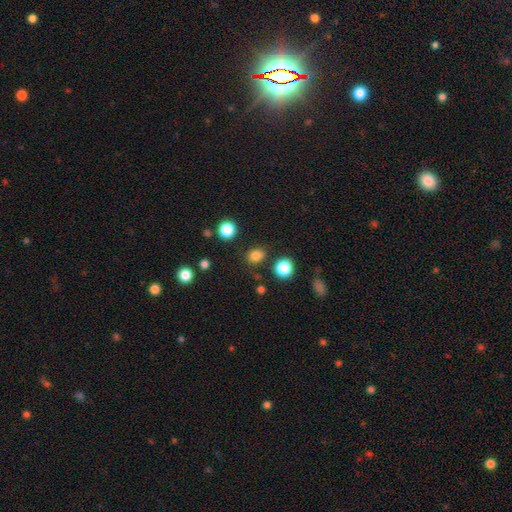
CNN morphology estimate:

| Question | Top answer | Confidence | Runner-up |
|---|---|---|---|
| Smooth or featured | smooth | 81% | star or artifact (15%) |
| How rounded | round | 69% | in between (30%) |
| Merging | none | 83% | minor disturbance (10%) |